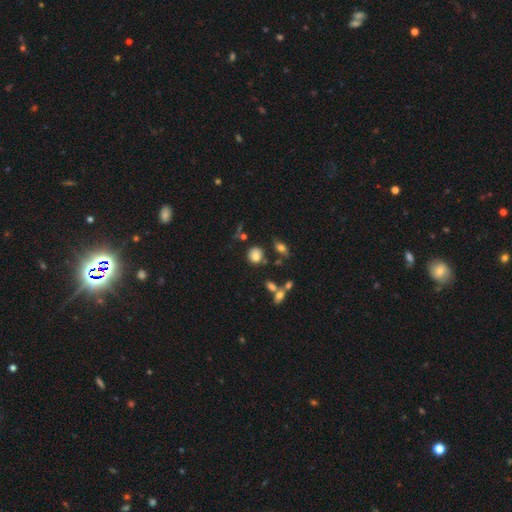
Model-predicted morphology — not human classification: This appears to be a smooth galaxy with no disk features (78%) that is round (76%). Merging: none (69%).